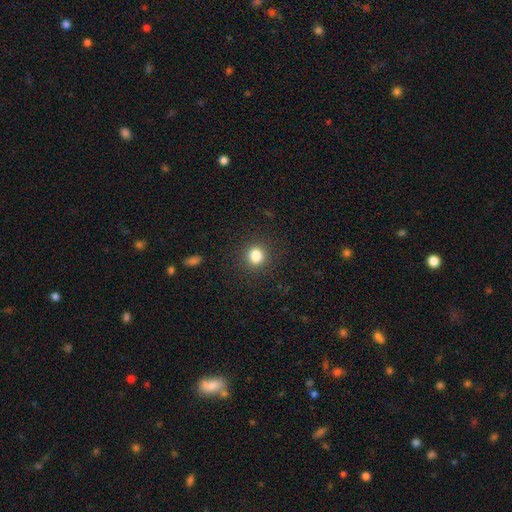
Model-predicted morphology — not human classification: A smooth galaxy with no disk features (83%) that is round (87%).

Vote fractions:
- Smooth or featured? smooth: 83% / star or artifact: 12% / featured or disk: 5%
- How rounded? round: 87% / in between: 12% / cigar-shaped: 1%
- Merging? none: 90% / minor disturbance: 6% / major disturbance: 3% / merger: 1%